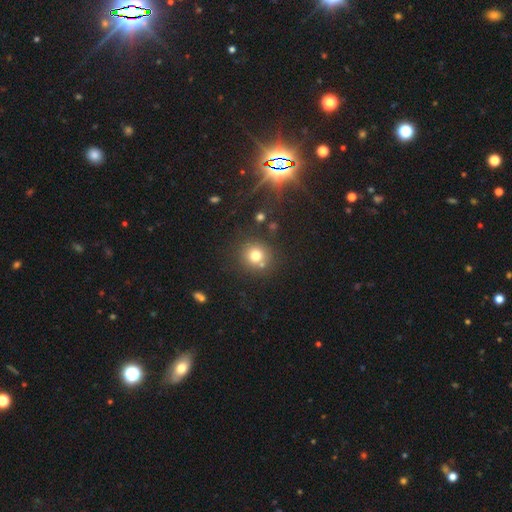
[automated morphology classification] smooth-or-featured: smooth: 75% | star or artifact: 15% | featured or disk: 10%
  how-rounded: round: 91% | in between: 8% | cigar-shaped: 1%
  merging: none: 75% | merger: 13% | minor disturbance: 9% | major disturbance: 4%